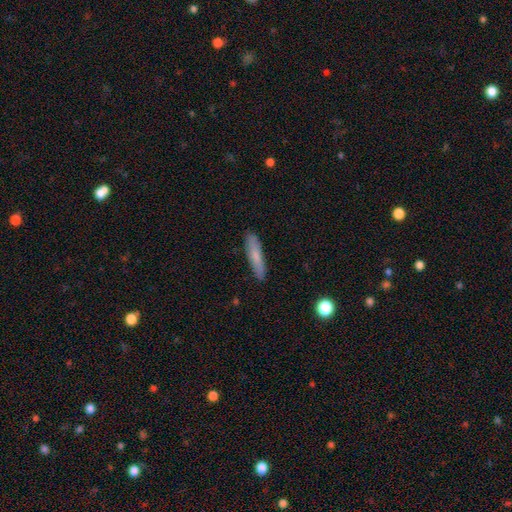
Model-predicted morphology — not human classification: Smooth or featured? smooth (74%)
How rounded? cigar-shaped (85%)
Merging? none (88%)